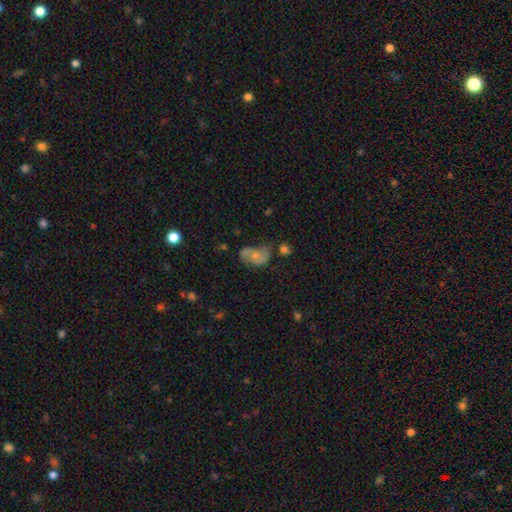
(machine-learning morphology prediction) A smooth galaxy with no disk features (46%). Merging: none (38%).